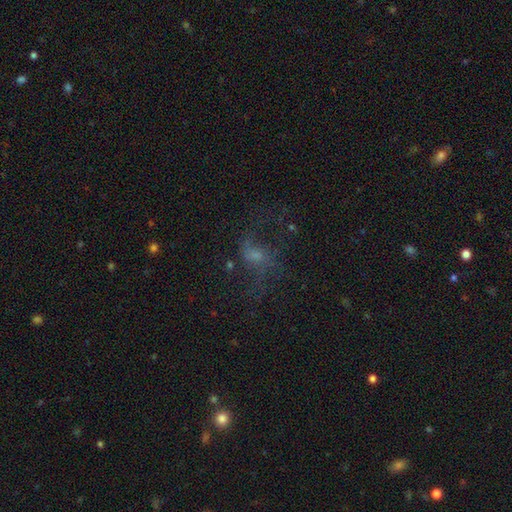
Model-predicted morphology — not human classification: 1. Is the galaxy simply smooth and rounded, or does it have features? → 48% featured or disk, 29% smooth, 23% star or artifact.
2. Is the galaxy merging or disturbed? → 47% none, 33% major disturbance, 17% minor disturbance, 3% merger.